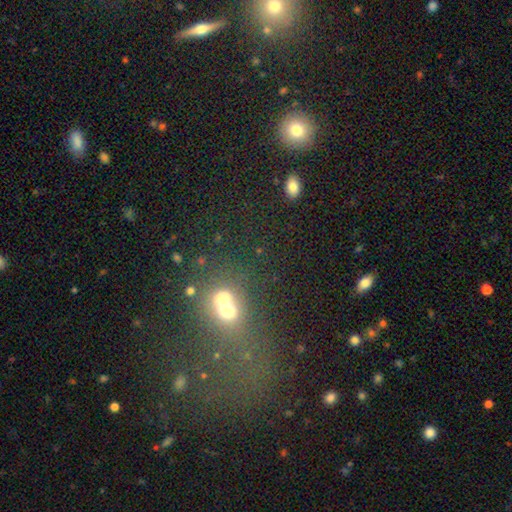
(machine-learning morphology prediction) The model was most divided on "smooth or featured": smooth: 43%, star or artifact: 39%, featured or disk: 18%. Remaining: merging — none (35%).